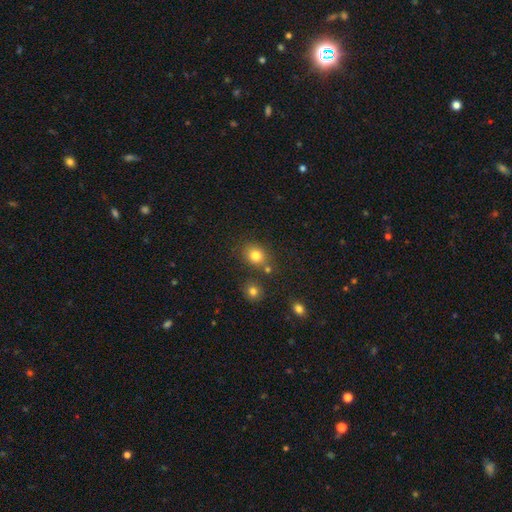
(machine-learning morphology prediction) Overall: smooth (79%). How rounded: round (63%; in between 36%). Merging: none (72%).